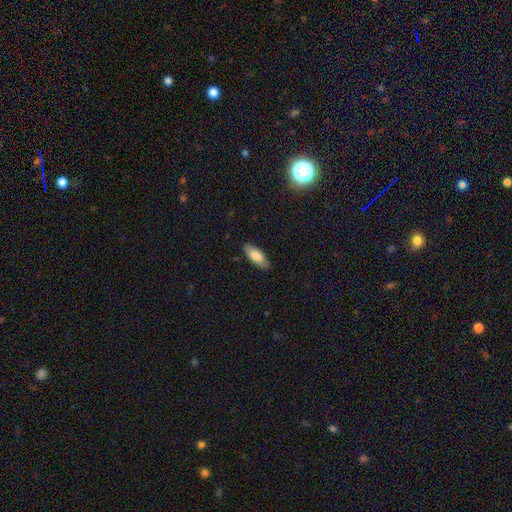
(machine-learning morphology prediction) This appears to be a smooth galaxy with no disk features (78%) that is in between round and cigar-shaped (76%). Merging: none (85%).